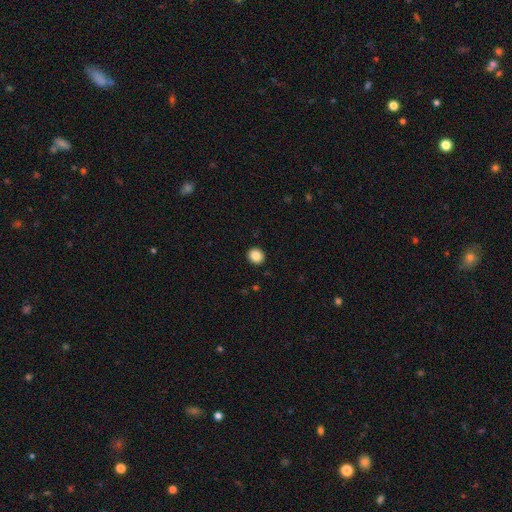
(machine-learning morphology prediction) A smooth galaxy with no disk features (86%) that is round (86%).

Vote fractions:
- Smooth or featured? smooth: 86% / star or artifact: 10% / featured or disk: 4%
- How rounded? round: 86% / in between: 13% / cigar-shaped: 1%
- Merging? none: 93% / minor disturbance: 5% / major disturbance: 1% / merger: 1%